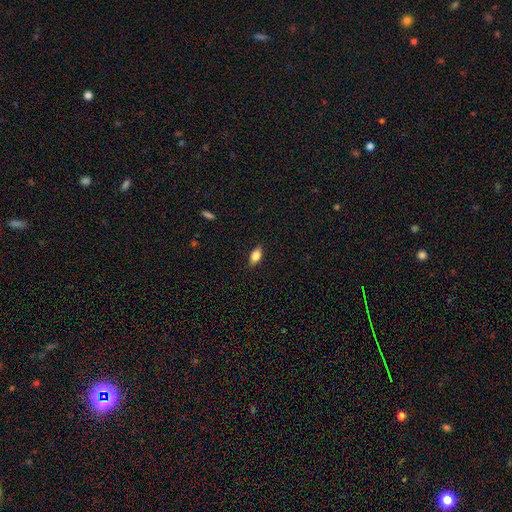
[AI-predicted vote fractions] Smooth or featured?
  - smooth: 79% *
  - featured or disk: 13%
  - star or artifact: 8%
How rounded?
  - in between: 87% *
  - cigar-shaped: 8%
  - round: 5%
Merging?
  - none: 87% *
  - minor disturbance: 10%
  - major disturbance: 2%
  - merger: 1%